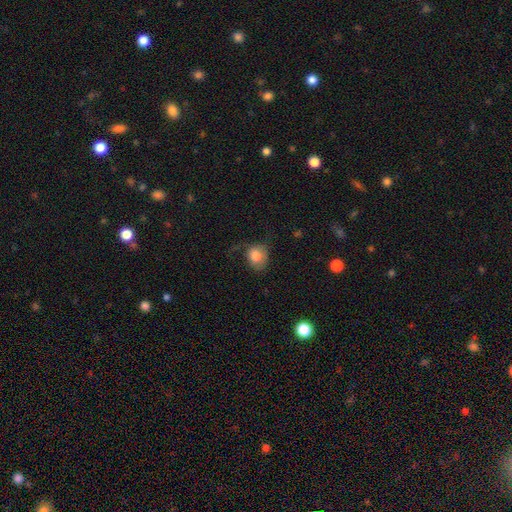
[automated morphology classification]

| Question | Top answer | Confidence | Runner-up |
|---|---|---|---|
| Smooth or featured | smooth | 79% | featured or disk (13%) |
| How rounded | round | 59% | in between (40%) |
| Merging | none | 37% | major disturbance (32%) |